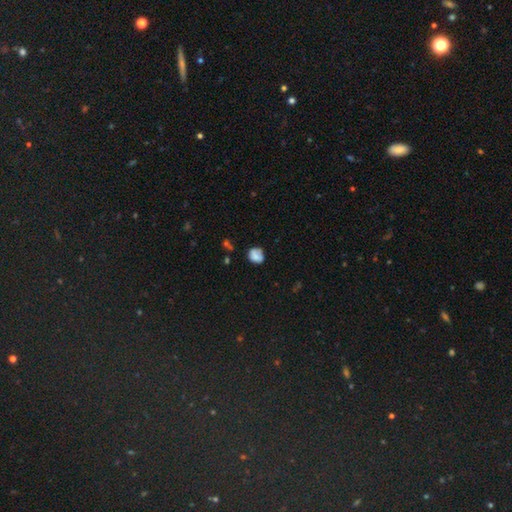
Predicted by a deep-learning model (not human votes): smooth_or_featured: smooth (p=0.71) [alt: featured or disk p=0.20]
how_rounded: round (p=0.64) [alt: in between p=0.35]
merging: none (p=0.51) [alt: minor disturbance p=0.28]